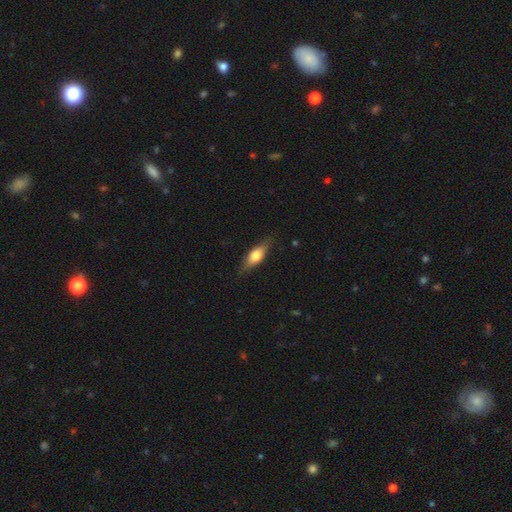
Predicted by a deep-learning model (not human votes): Smooth or featured? Predicted: smooth (p=0.60). How rounded? Predicted: in between (p=0.65). Merging? Predicted: none (p=0.79).